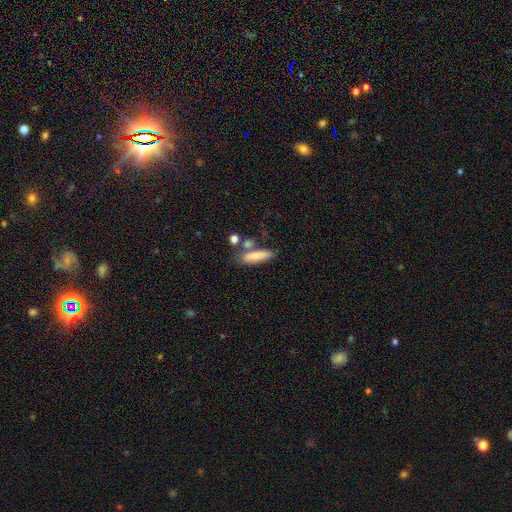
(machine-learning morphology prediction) A smooth galaxy with no disk features (81%) that is cigar-shaped (55%). Merging: none (60%).